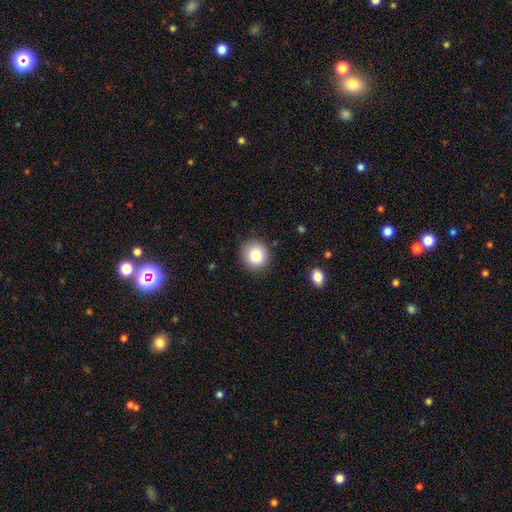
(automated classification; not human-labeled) This is clearly a smooth galaxy (84%). How rounded: clearly round (92%). Merging: clearly none (89%).